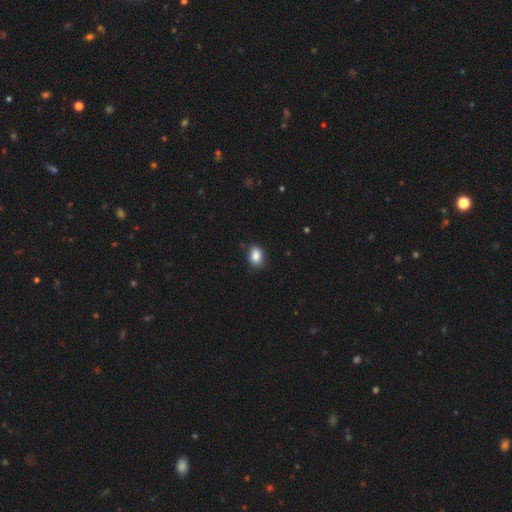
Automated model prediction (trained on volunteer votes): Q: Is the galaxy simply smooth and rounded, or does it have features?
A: smooth — 87%.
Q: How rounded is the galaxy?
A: in between — 72%.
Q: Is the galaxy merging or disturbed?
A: none — 83%.